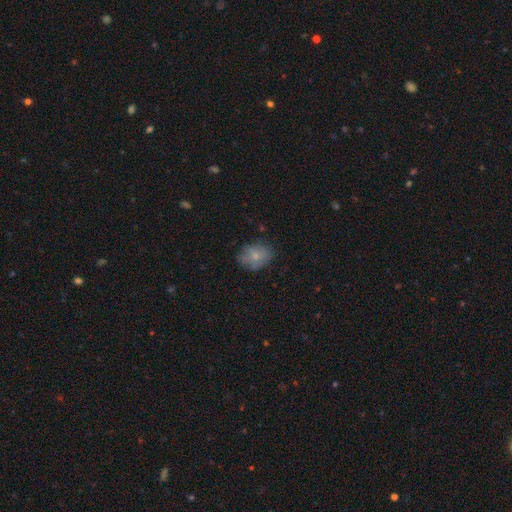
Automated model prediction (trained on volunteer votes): smooth 73%, featured or disk 18%, star or artifact 8%. Down the decision tree: how rounded — in between (59%); merging — none (71%).